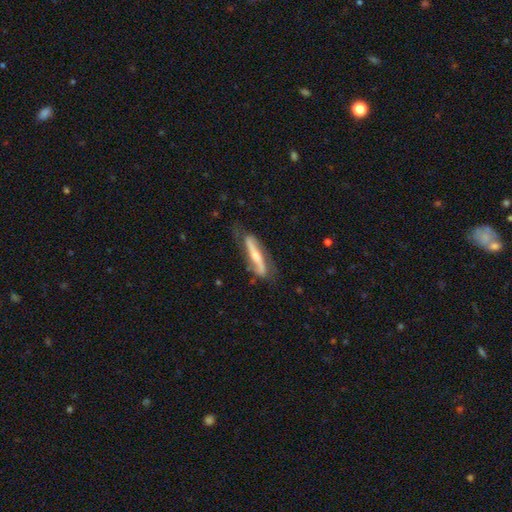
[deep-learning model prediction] smooth_or_featured: featured or disk (p=0.69) [alt: smooth p=0.25]
disk_edge_on: no (p=0.57) [alt: yes p=0.43]
merging: none (p=0.63) [alt: minor disturbance p=0.24]